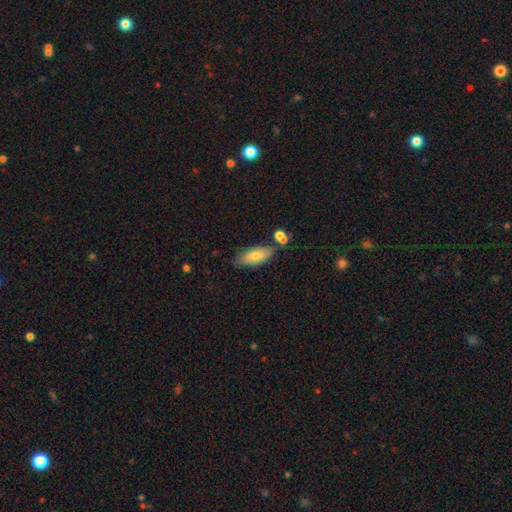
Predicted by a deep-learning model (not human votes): Smooth or featured: smooth — 76% (featured or disk — 17%)
How rounded: in between — 78% (cigar-shaped — 19%)
Merging: none — 70% (minor disturbance — 17%)